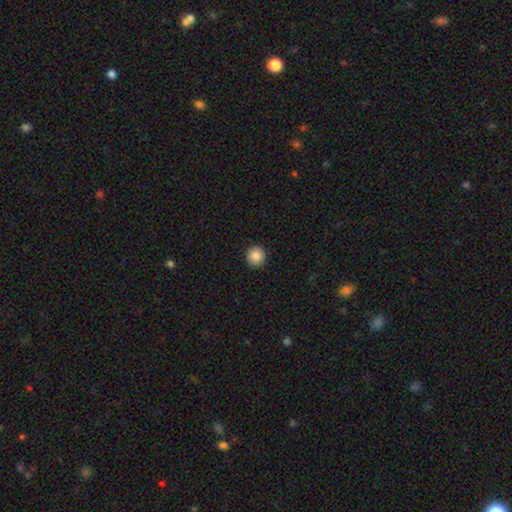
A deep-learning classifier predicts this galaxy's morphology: A smooth galaxy with no disk features (87%) that is round (95%). Merging: none (93%).